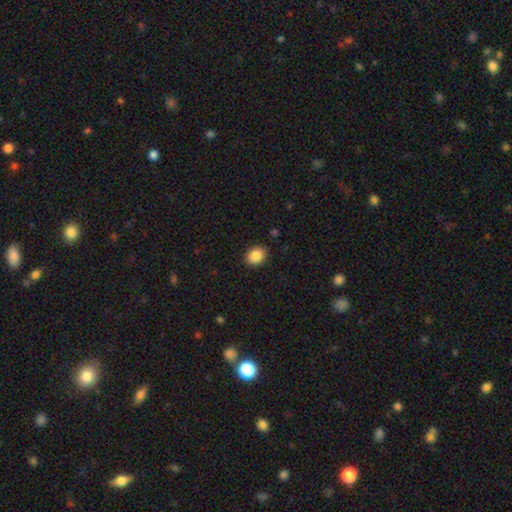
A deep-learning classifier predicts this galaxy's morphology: smooth 87%, star or artifact 9%, featured or disk 4%. Down the decision tree: how rounded — round (53%); merging — none (89%).